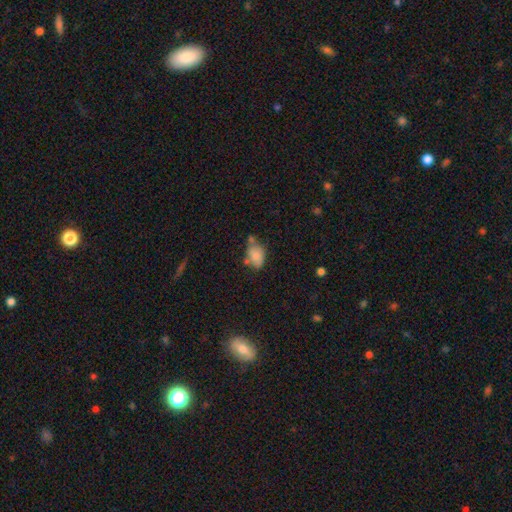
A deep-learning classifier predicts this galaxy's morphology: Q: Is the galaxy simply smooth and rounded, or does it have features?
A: smooth — 78%.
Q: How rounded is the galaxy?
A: in between — 82%.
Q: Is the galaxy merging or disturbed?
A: none — 42%.